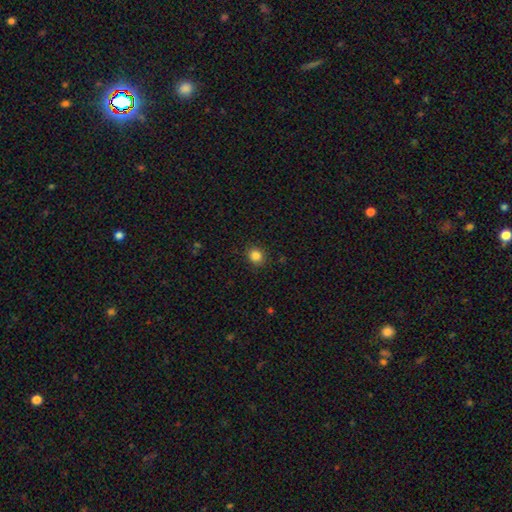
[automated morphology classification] This is clearly a smooth galaxy (85%). How rounded: clearly round (80%). Merging: clearly none (89%).